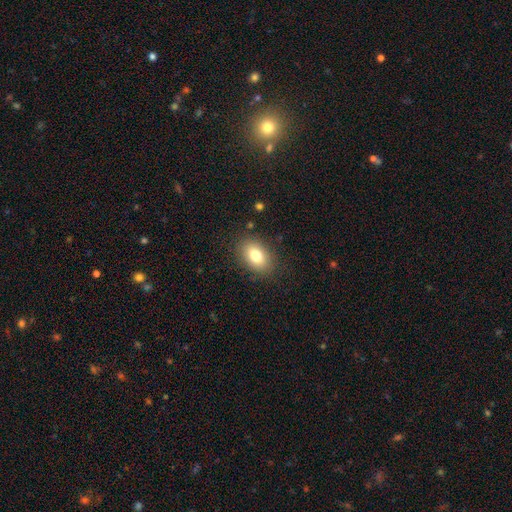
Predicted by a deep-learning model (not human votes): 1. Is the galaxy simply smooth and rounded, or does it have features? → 79% smooth, 12% featured or disk, 9% star or artifact.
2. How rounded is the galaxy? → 83% in between, 16% round, 1% cigar-shaped.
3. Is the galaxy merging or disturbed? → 86% none, 10% minor disturbance, 3% major disturbance, 1% merger.